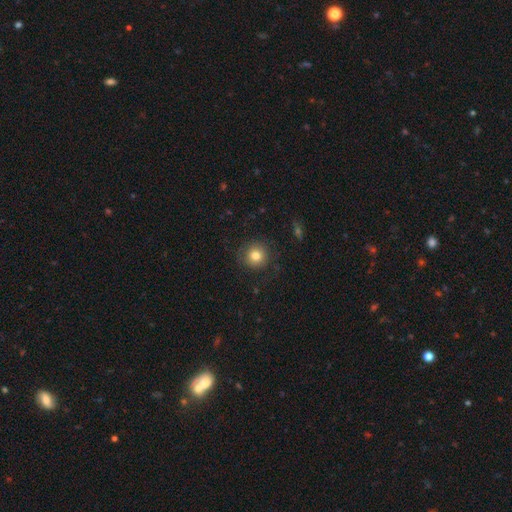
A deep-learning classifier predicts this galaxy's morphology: smooth_or_featured: smooth (p=0.78) [alt: star or artifact p=0.11]
how_rounded: round (p=0.92) [alt: in between p=0.07]
merging: none (p=0.83) [alt: minor disturbance p=0.11]